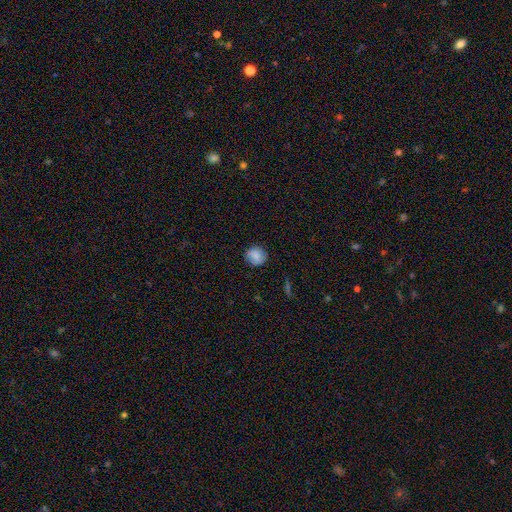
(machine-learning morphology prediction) type=smooth (83%); roundness=round (87%); merging=none (84%).